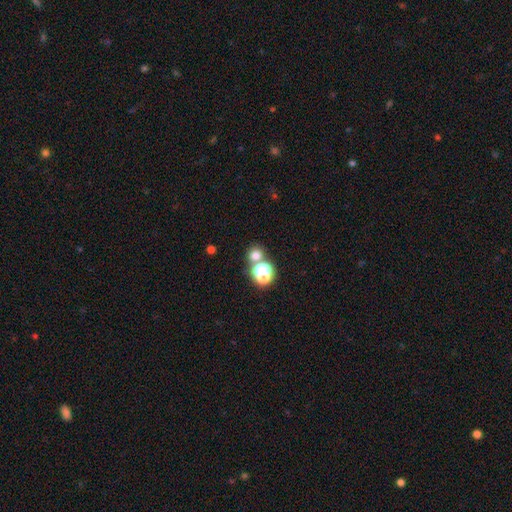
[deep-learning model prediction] Smooth or featured?
  - smooth: 66% *
  - star or artifact: 26%
  - featured or disk: 8%
How rounded?
  - round: 82% *
  - in between: 17%
  - cigar-shaped: 1%
Merging?
  - none: 60% *
  - merger: 29%
  - minor disturbance: 7%
  - major disturbance: 4%